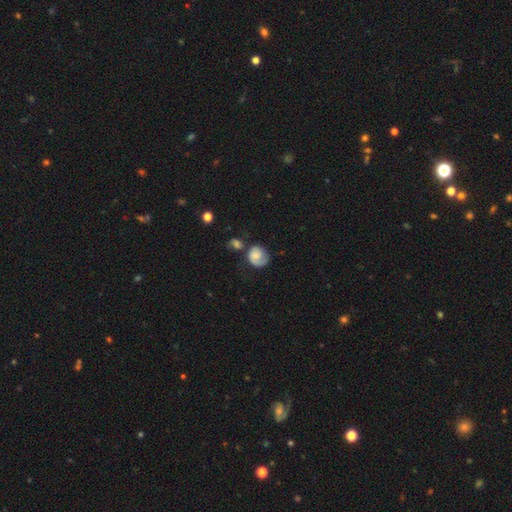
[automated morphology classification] A featured or disk galaxy (48%).

Vote fractions:
- Smooth or featured? featured or disk: 48% / smooth: 44% / star or artifact: 8%
- Merging? none: 47% / minor disturbance: 22% / major disturbance: 18% / merger: 14%